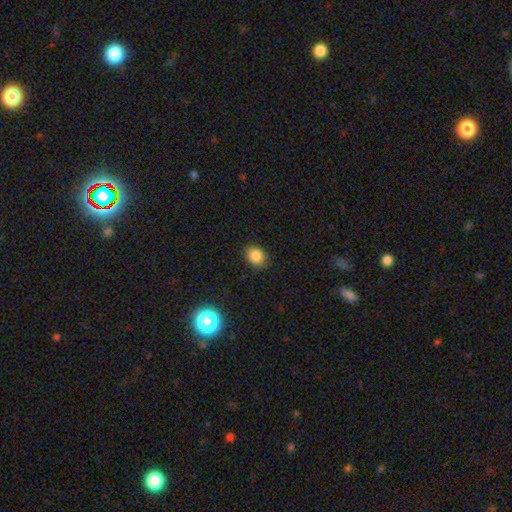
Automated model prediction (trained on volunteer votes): Smooth or featured? Predicted: smooth (p=0.84). How rounded? Predicted: round (p=0.51). Merging? Predicted: none (p=0.86).